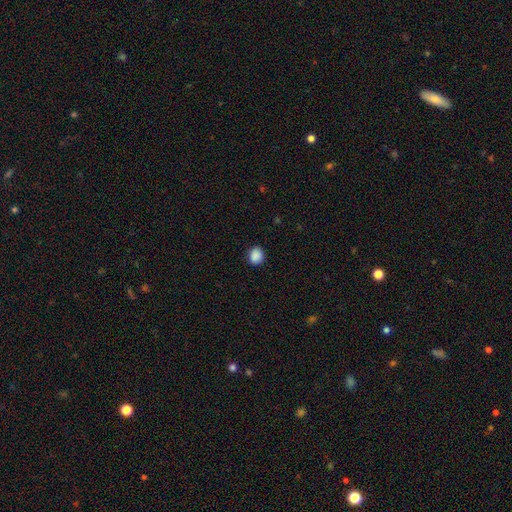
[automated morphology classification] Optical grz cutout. It shows a smooth galaxy with no disk features (89%) that is round (71%). Merging: none (88%).